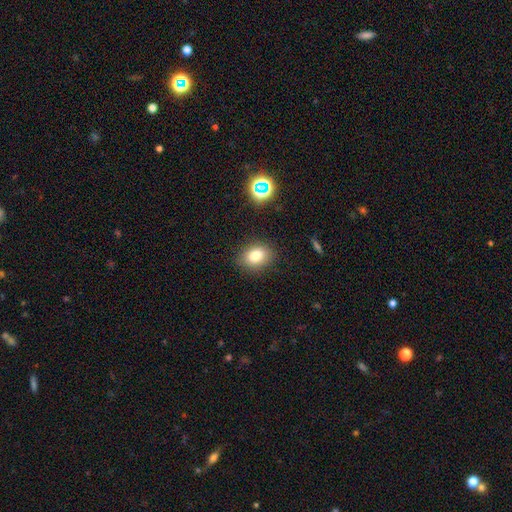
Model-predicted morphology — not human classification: A smooth galaxy with no disk features (79%) that is in between round and cigar-shaped (66%). Merging: none (85%).